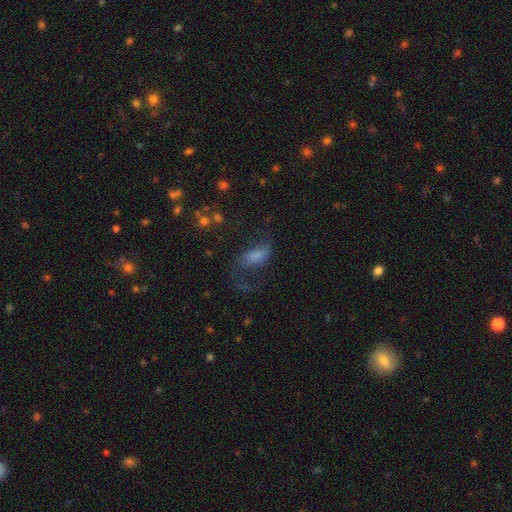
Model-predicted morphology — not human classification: A featured or disk galaxy (50%). Merging: none (49%).